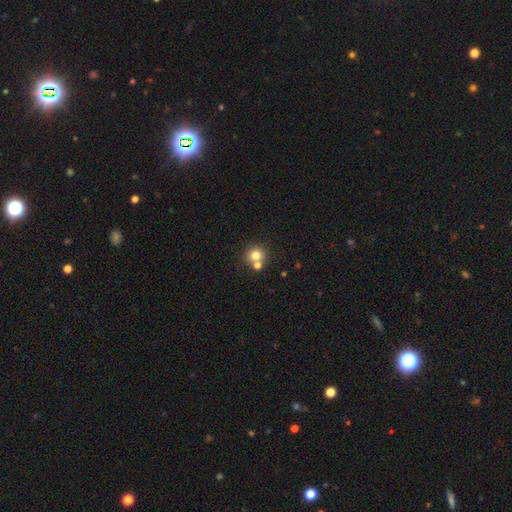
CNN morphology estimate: Q: Smooth or featured?
A: smooth (77%); runner-up: star or artifact (13%)
Q: How rounded?
A: round (88%); runner-up: in between (11%)
Q: Merging?
A: none (59%); runner-up: merger (31%)